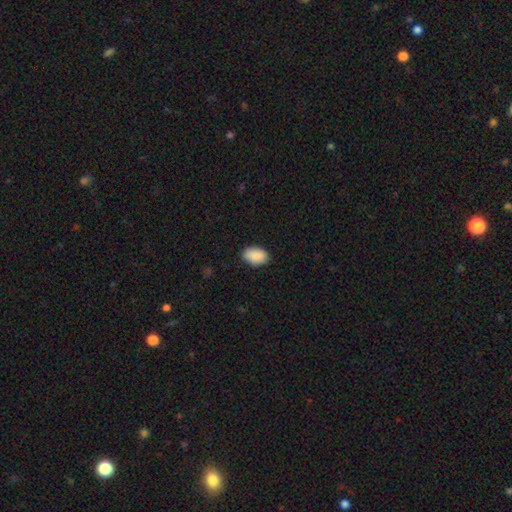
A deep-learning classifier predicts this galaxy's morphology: The model was most divided on "merging": none: 83%, minor disturbance: 13%, major disturbance: 2%, merger: 1%. More confident: smooth or featured — smooth (90%); how rounded — in between (89%).